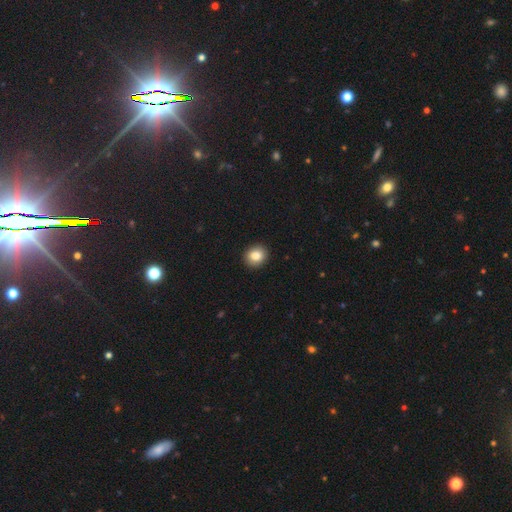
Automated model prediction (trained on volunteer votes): Morphology: type=smooth (85%); roundness=round (76%); merging=none (92%).